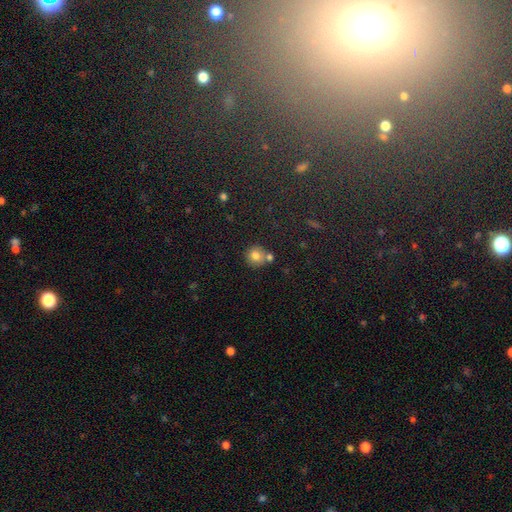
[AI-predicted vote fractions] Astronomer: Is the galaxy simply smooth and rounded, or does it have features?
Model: smooth — 79%.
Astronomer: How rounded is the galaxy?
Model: round — 90%.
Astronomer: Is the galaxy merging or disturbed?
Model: none — 65%.